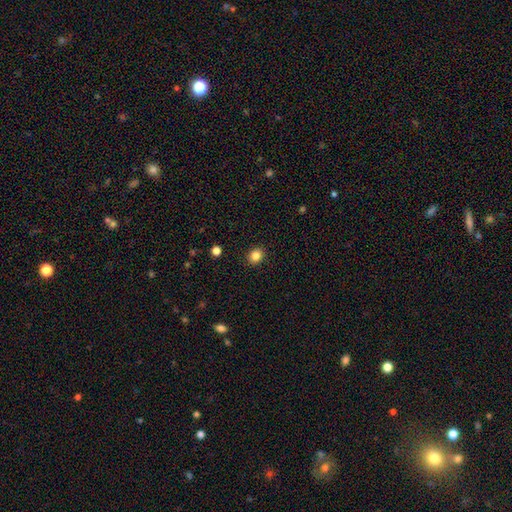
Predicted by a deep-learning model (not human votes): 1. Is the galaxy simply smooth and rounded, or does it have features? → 84% smooth, 11% star or artifact, 5% featured or disk.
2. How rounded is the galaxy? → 62% round, 37% in between, 1% cigar-shaped.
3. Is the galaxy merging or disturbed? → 91% none, 6% minor disturbance, 2% major disturbance, 1% merger.